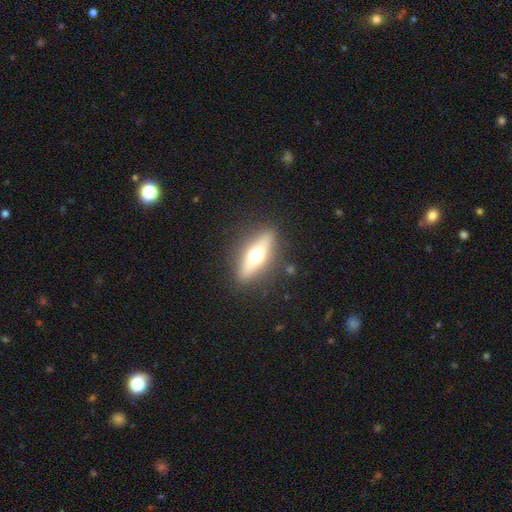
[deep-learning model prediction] This appears to be a featured or disk galaxy (56%) viewed edge-on (85%). Merging: none (88%).